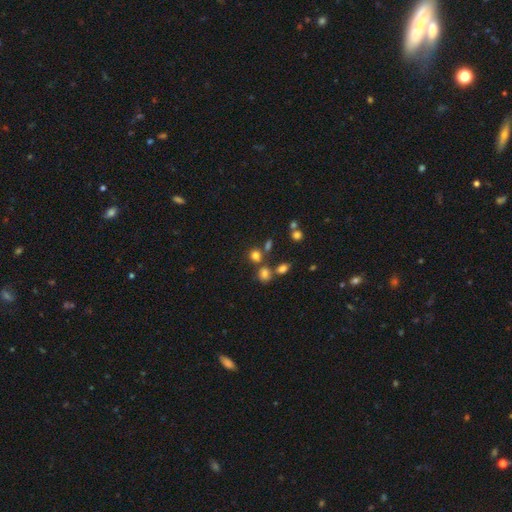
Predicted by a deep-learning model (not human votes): The model was most divided on "merging": none: 65%, merger: 21%, minor disturbance: 10%, major disturbance: 4%. More confident: how rounded — round (78%); smooth or featured — smooth (74%).